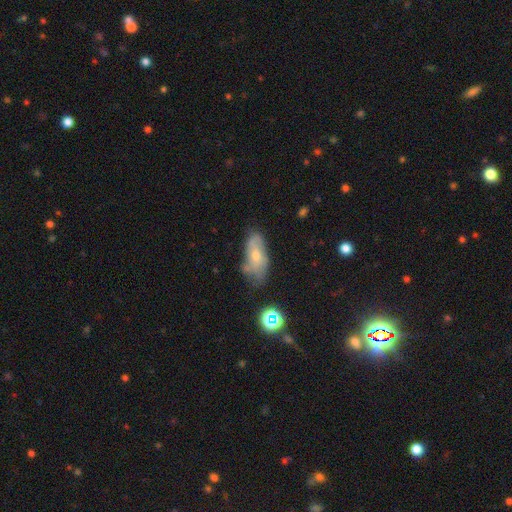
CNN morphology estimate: type=featured or disk (53%); edge-on=no (87%); merging=none (56%).